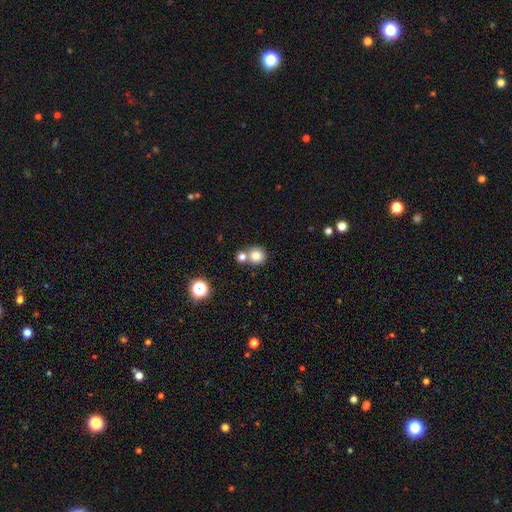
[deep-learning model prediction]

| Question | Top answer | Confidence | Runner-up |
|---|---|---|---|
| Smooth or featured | smooth | 80% | star or artifact (11%) |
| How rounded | round | 90% | in between (9%) |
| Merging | none | 58% | merger (32%) |